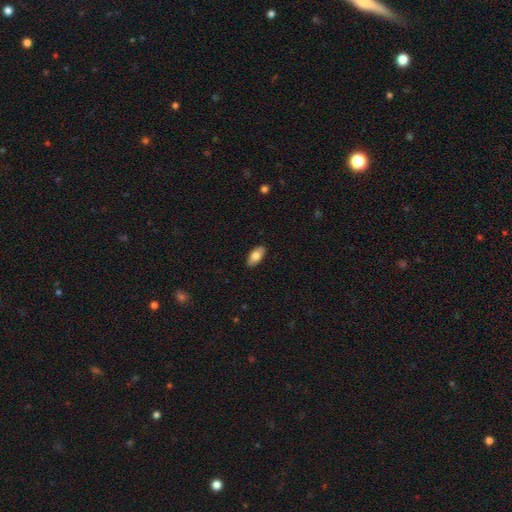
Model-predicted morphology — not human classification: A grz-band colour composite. It shows a smooth galaxy with no disk features (77%) that is in between round and cigar-shaped (91%). Merging: none (89%).